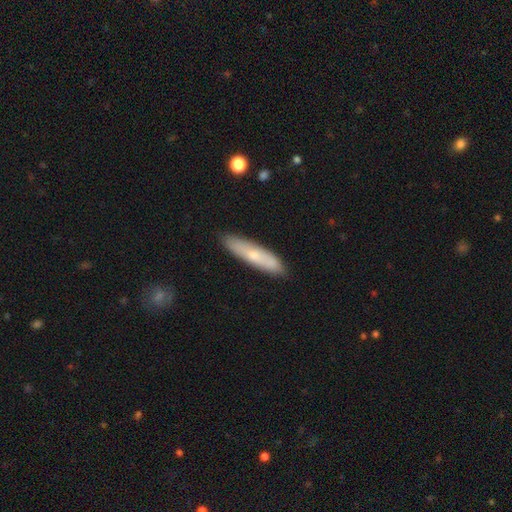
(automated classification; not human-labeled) A smooth galaxy with no disk features (61%) that is cigar-shaped (80%). Merging: none (87%).